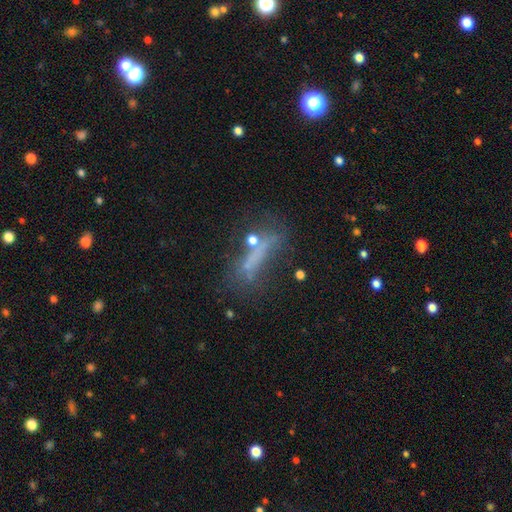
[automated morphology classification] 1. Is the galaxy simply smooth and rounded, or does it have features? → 40% smooth, 37% featured or disk, 23% star or artifact.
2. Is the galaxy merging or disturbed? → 43% none, 26% major disturbance, 20% minor disturbance, 12% merger.